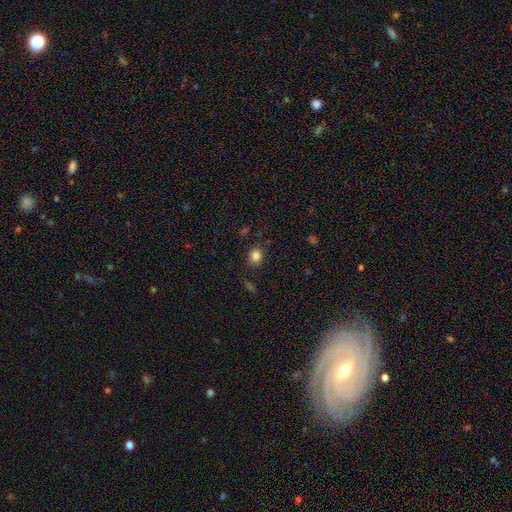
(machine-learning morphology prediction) Smooth or featured?
  - smooth: 84% *
  - star or artifact: 11%
  - featured or disk: 5%
How rounded?
  - round: 61% *
  - in between: 38%
  - cigar-shaped: 1%
Merging?
  - none: 83% *
  - minor disturbance: 11%
  - major disturbance: 3%
  - merger: 2%